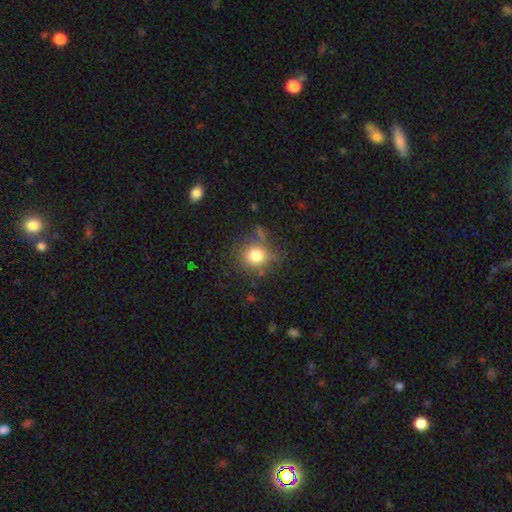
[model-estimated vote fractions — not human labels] Q: Smooth or featured?
A: smooth (79%); runner-up: star or artifact (12%)
Q: How rounded?
A: round (84%); runner-up: in between (15%)
Q: Merging?
A: none (69%); runner-up: minor disturbance (17%)